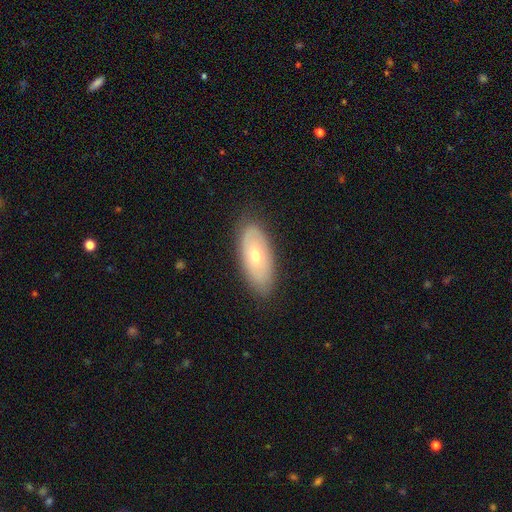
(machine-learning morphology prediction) This appears to be a smooth galaxy with no disk features (54%) that is in between round and cigar-shaped (88%). Merging: none (83%).